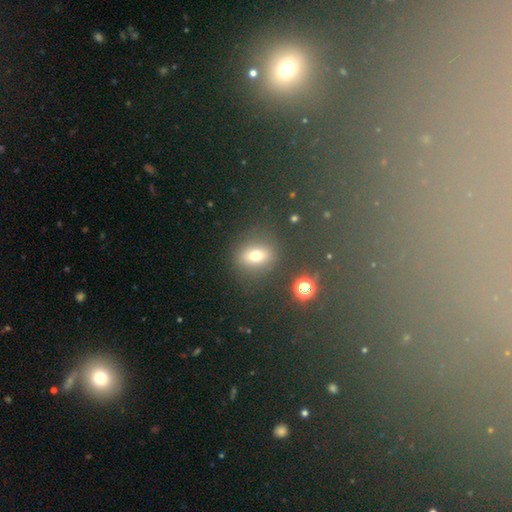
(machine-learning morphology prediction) This appears to be a smooth galaxy with no disk features (66%) that is round (56%). Merging: none (80%).